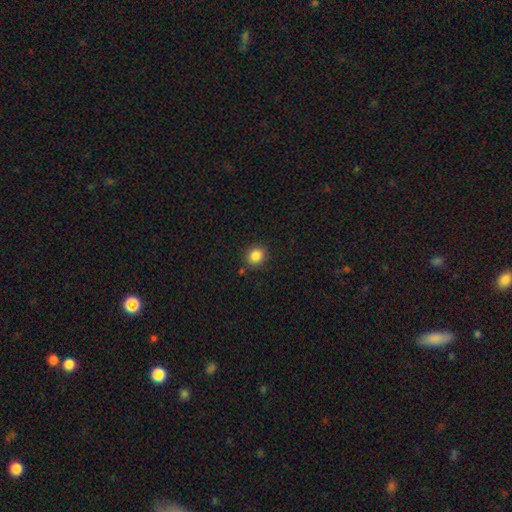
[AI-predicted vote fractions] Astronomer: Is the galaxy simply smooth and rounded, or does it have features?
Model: smooth — 85%.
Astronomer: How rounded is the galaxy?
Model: round — 78%.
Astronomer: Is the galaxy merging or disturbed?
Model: none — 87%.